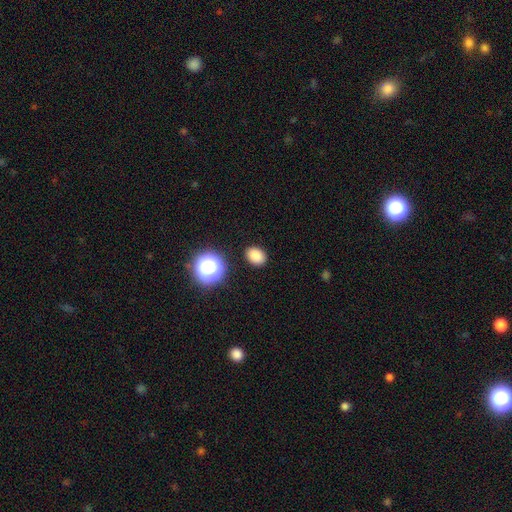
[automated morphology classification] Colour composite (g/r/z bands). It shows a smooth galaxy with no disk features (83%) that is in between round and cigar-shaped (63%). Merging: none (87%).